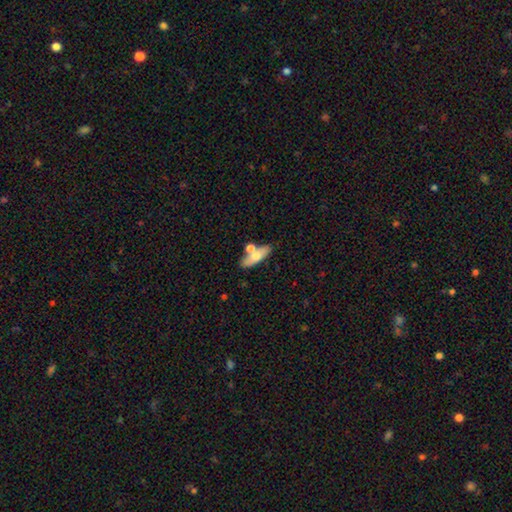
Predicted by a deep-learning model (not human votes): A smooth galaxy with no disk features (64%) that is in between round and cigar-shaped (56%).

Vote fractions:
- Smooth or featured? smooth: 64% / featured or disk: 30% / star or artifact: 7%
- How rounded? in between: 56% / cigar-shaped: 39% / round: 5%
- Merging? none: 64% / merger: 21% / minor disturbance: 12% / major disturbance: 4%